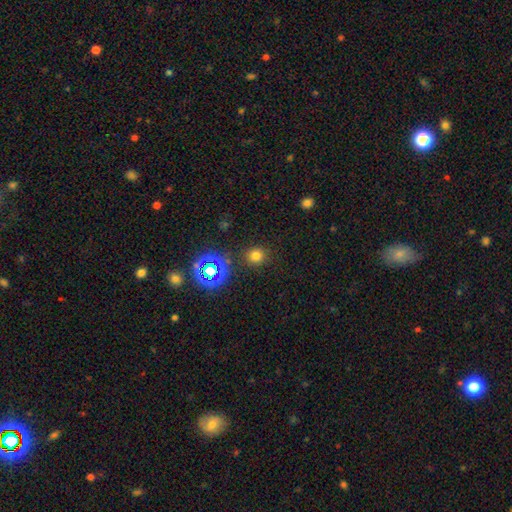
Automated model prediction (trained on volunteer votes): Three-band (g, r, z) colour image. It shows a smooth galaxy with no disk features (71%) that is round (88%). Merging: none (86%).